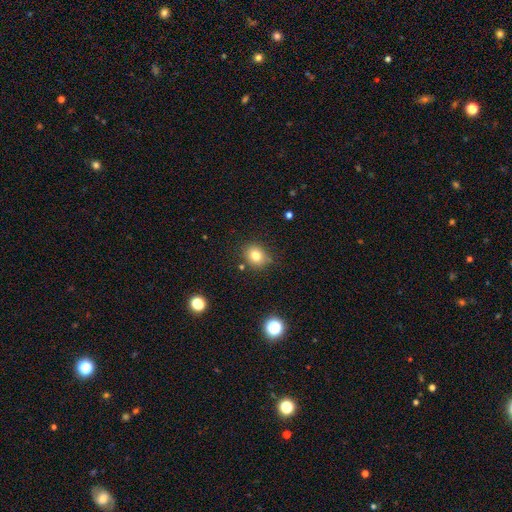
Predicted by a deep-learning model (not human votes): Smooth or featured? smooth (79%)
How rounded? round (68%)
Merging? none (78%)